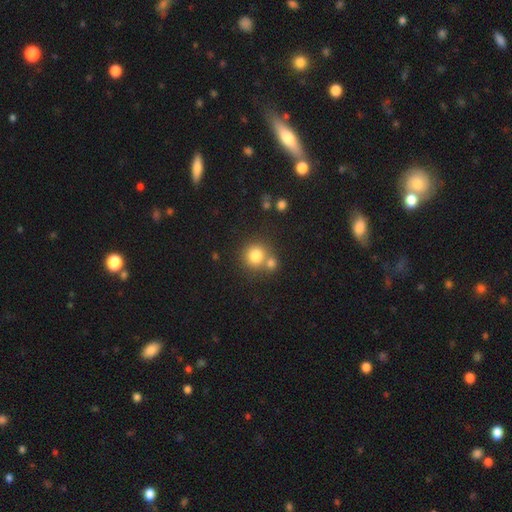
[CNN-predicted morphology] Smooth or featured? Predicted: smooth (p=0.79). How rounded? Predicted: round (p=0.89). Merging? Predicted: none (p=0.58).